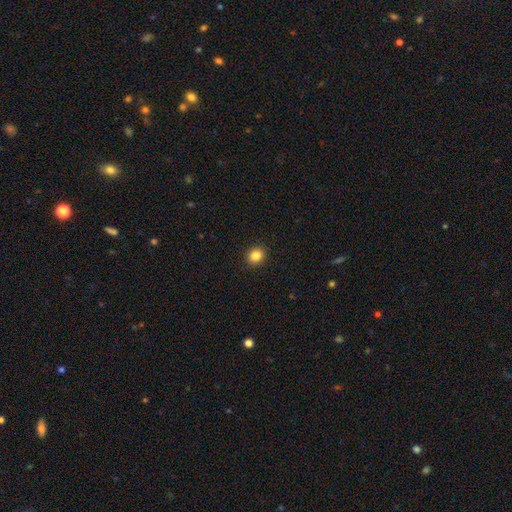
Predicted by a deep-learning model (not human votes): Smooth or featured?
  - smooth: 85% *
  - star or artifact: 10%
  - featured or disk: 4%
How rounded?
  - round: 71% *
  - in between: 28%
  - cigar-shaped: 1%
Merging?
  - none: 92% *
  - minor disturbance: 6%
  - major disturbance: 2%
  - merger: 1%